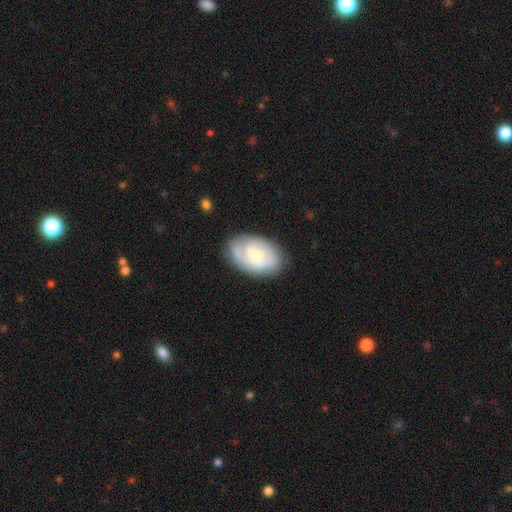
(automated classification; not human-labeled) Q: Smooth or featured?
A: featured or disk (62%); runner-up: smooth (32%)
Q: Edge-on disk?
A: no (96%); runner-up: yes (4%)
Q: Bar?
A: weak (51%); runner-up: no (35%)
Q: Spiral arms?
A: yes (86%); runner-up: no (14%)
Q: Spiral winding?
A: tight (45%); runner-up: medium (39%)
Q: Spiral arm count?
A: 2 (54%); runner-up: can't tell (27%)
Q: Bulge size?
A: small (61%); runner-up: moderate (32%)
Q: Merging?
A: none (78%); runner-up: minor disturbance (16%)